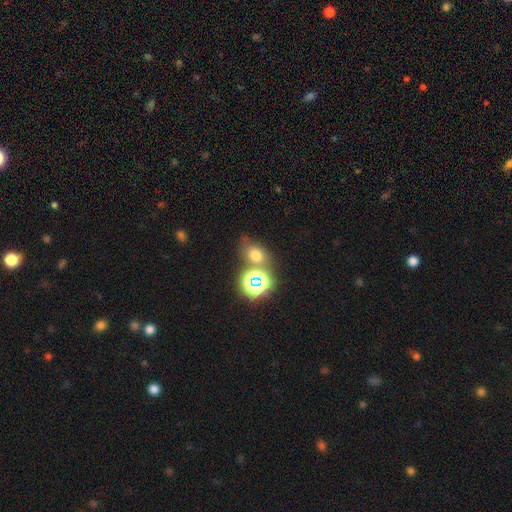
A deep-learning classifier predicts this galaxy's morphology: Overall: smooth (64%; star or artifact 27%). How rounded: in between (52%; round 46%). Merging: none (61%; merger 21%).